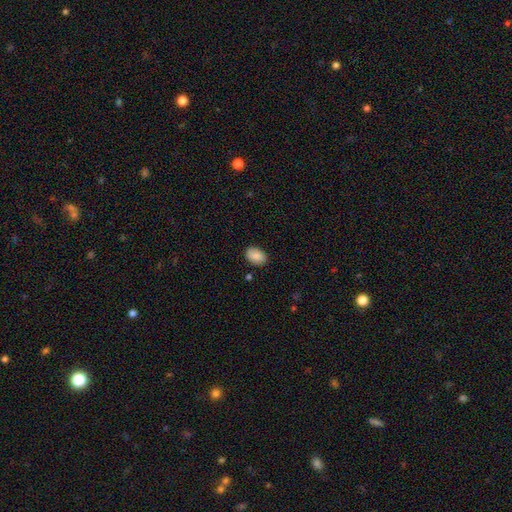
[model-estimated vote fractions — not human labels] smooth 87%, star or artifact 7%, featured or disk 6%. Down the decision tree: how rounded — in between (84%); merging — none (84%).